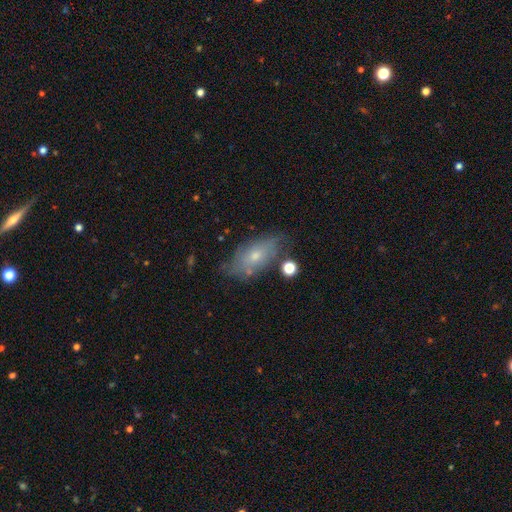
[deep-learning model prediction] A smooth galaxy with no disk features (47%).

Vote fractions:
- Smooth or featured? smooth: 47% / featured or disk: 43% / star or artifact: 10%
- Merging? none: 63% / minor disturbance: 24% / major disturbance: 8% / merger: 5%